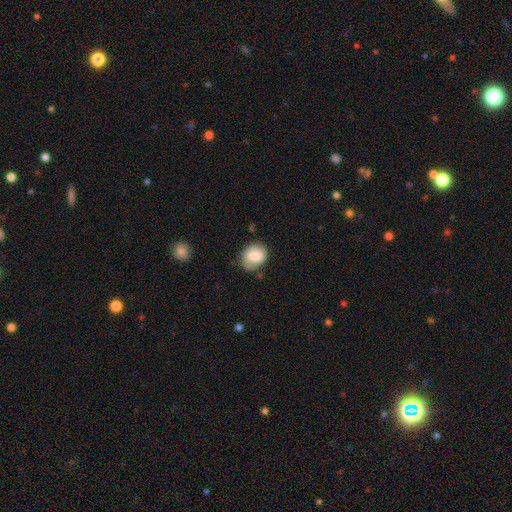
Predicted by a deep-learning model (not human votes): smooth 77%, featured or disk 15%, star or artifact 8%. Down the decision tree: how rounded — round (52%); merging — none (69%).